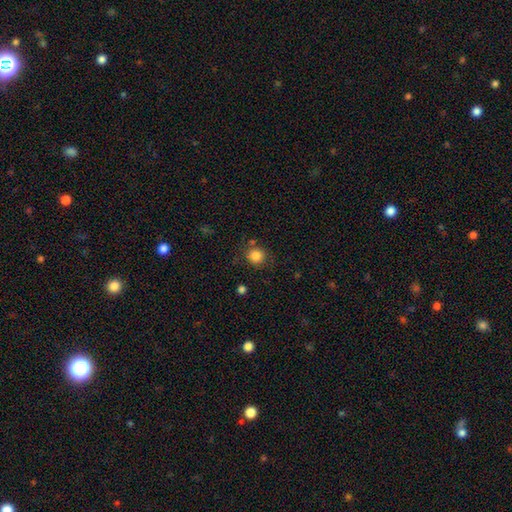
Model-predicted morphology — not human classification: Smooth or featured: smooth — 85% (star or artifact — 11%)
How rounded: round — 88% (in between — 11%)
Merging: none — 78% (minor disturbance — 12%)